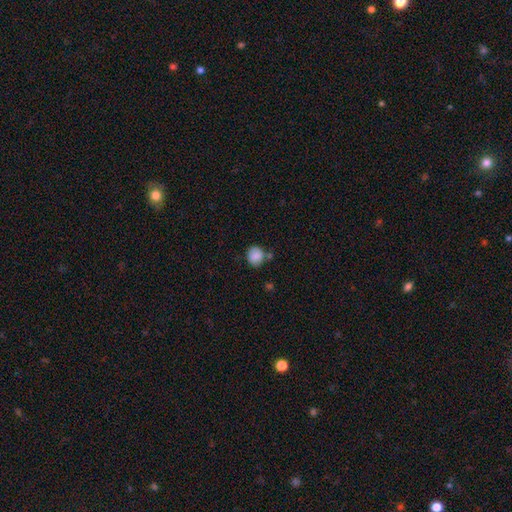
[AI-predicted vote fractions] A smooth galaxy with no disk features (87%) that is round (76%).

Vote fractions:
- Smooth or featured? smooth: 87% / star or artifact: 8% / featured or disk: 5%
- How rounded? round: 76% / in between: 23% / cigar-shaped: 1%
- Merging? none: 67% / minor disturbance: 17% / merger: 11% / major disturbance: 5%